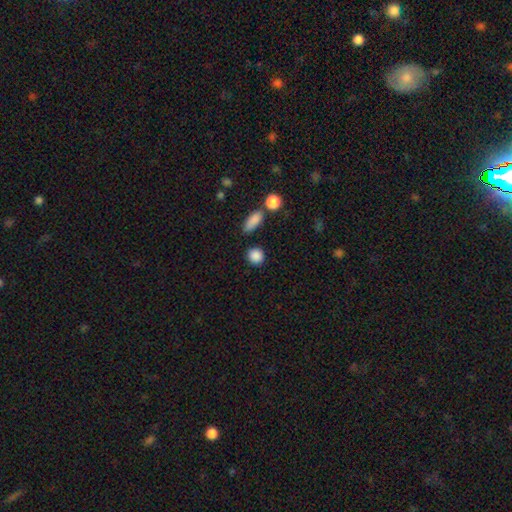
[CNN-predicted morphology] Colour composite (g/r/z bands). It shows a smooth galaxy with no disk features (88%) that is round (84%). Merging: none (83%).